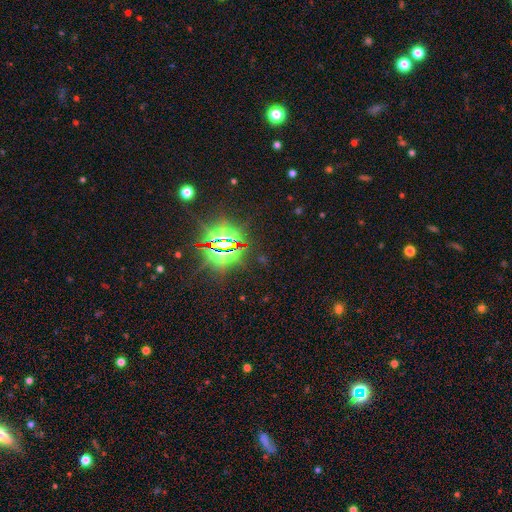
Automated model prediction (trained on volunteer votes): smooth_or_featured: star or artifact (p=0.84) [alt: smooth p=0.09]